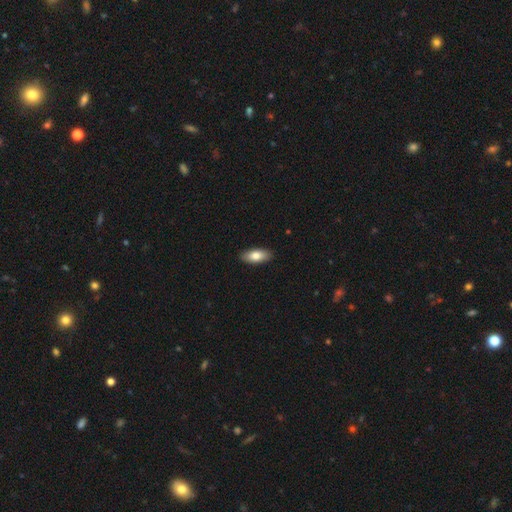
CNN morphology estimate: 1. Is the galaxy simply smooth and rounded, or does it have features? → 80% smooth, 14% featured or disk, 6% star or artifact.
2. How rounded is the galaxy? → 86% in between, 12% cigar-shaped, 2% round.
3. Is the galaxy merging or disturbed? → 90% none, 8% minor disturbance, 2% major disturbance, 1% merger.